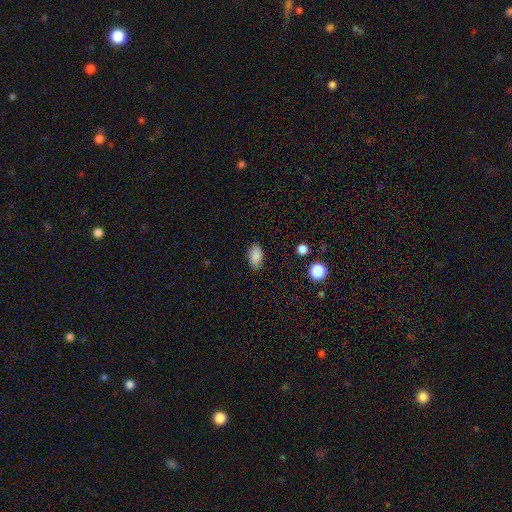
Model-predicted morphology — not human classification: Smooth or featured? Predicted: smooth (p=0.87). How rounded? Predicted: in between (p=0.91). Merging? Predicted: none (p=0.83).